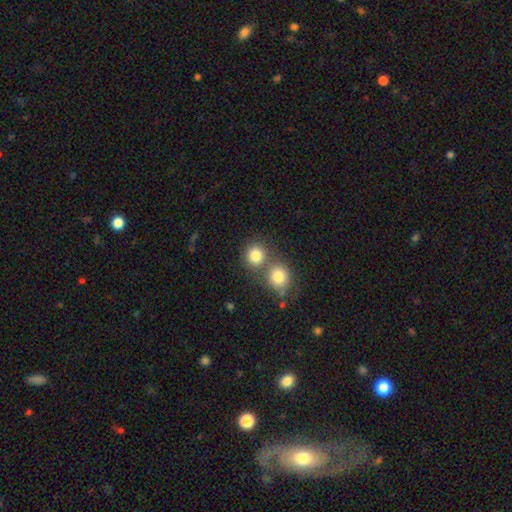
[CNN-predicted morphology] smooth 81%, star or artifact 11%, featured or disk 8%. Down the decision tree: how rounded — round (87%); merging — none (53%).